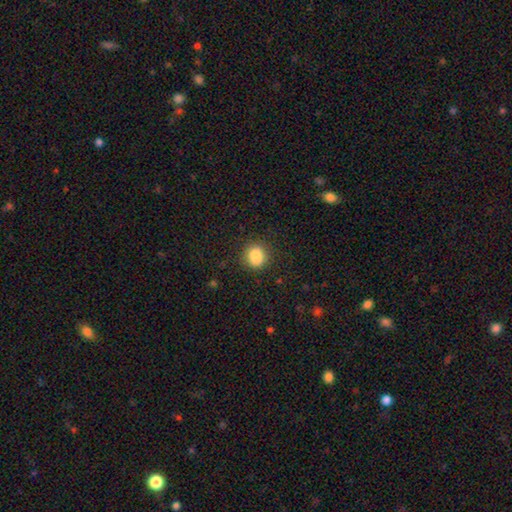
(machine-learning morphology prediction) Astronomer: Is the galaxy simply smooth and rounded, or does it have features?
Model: smooth — 85%.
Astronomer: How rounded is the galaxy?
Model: round — 73%.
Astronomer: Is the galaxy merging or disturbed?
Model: none — 82%.